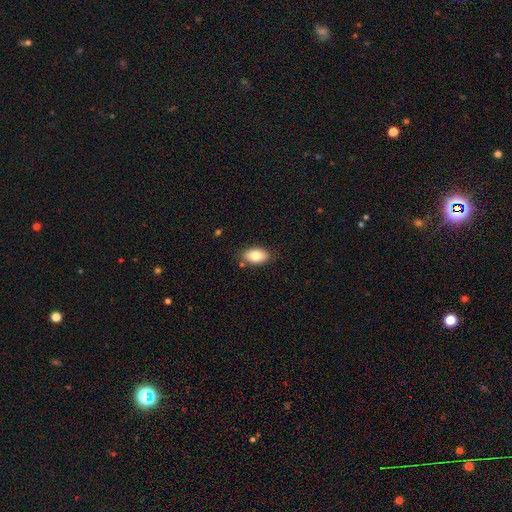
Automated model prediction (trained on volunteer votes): Q: Smooth or featured?
A: smooth (82%); runner-up: featured or disk (11%)
Q: How rounded?
A: in between (92%); runner-up: round (6%)
Q: Merging?
A: none (82%); runner-up: minor disturbance (13%)